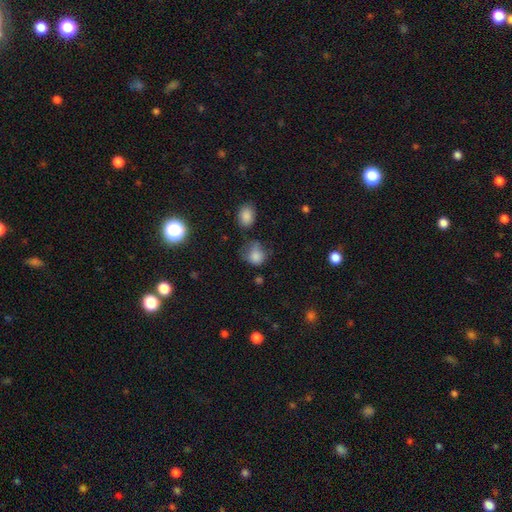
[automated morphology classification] Smooth or featured?
  - smooth: 79% *
  - star or artifact: 12%
  - featured or disk: 9%
How rounded?
  - round: 67% *
  - in between: 32%
  - cigar-shaped: 1%
Merging?
  - none: 41% *
  - minor disturbance: 32%
  - major disturbance: 19%
  - merger: 9%